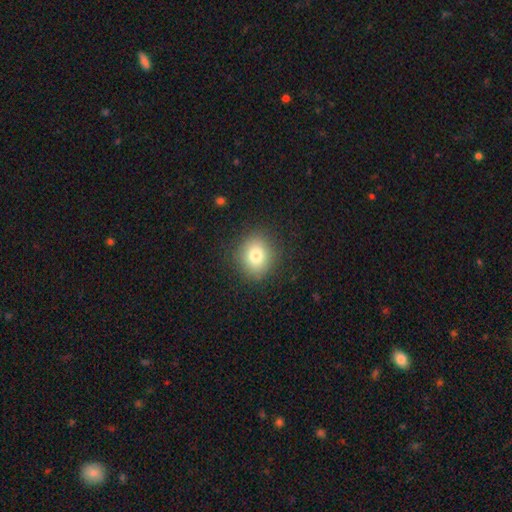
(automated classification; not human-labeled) Smooth or featured? smooth (78%)
How rounded? round (80%)
Merging? none (88%)